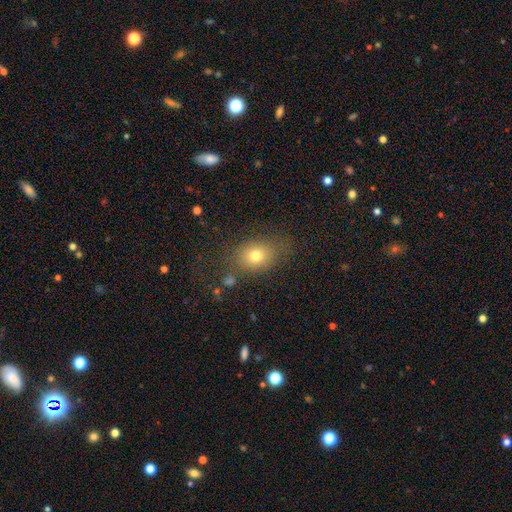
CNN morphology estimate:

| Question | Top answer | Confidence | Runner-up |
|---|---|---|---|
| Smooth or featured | smooth | 75% | star or artifact (13%) |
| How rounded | in between | 61% | round (37%) |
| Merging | none | 70% | minor disturbance (17%) |